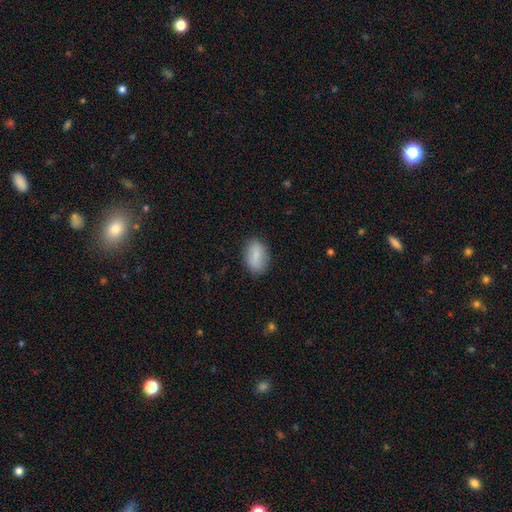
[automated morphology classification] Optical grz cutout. It shows a smooth galaxy with no disk features (84%) that is in between round and cigar-shaped (86%). Merging: none (84%).